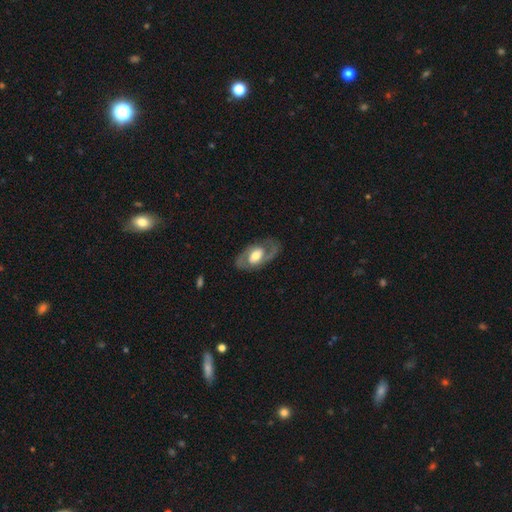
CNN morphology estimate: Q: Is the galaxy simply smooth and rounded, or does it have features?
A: featured or disk — 75%.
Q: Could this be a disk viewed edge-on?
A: no — 93%.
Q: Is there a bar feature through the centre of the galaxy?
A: no — 45%.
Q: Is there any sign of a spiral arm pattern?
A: yes — 78%.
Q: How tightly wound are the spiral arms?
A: medium — 50%.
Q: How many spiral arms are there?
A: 2 — 84%.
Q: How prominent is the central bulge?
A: moderate — 61%.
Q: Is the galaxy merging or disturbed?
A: none — 77%.